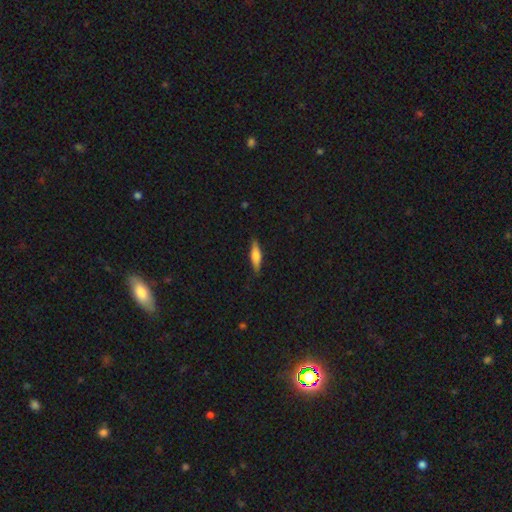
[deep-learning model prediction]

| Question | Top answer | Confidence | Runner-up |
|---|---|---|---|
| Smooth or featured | smooth | 57% | featured or disk (37%) |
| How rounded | cigar-shaped | 69% | in between (29%) |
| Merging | none | 87% | minor disturbance (10%) |